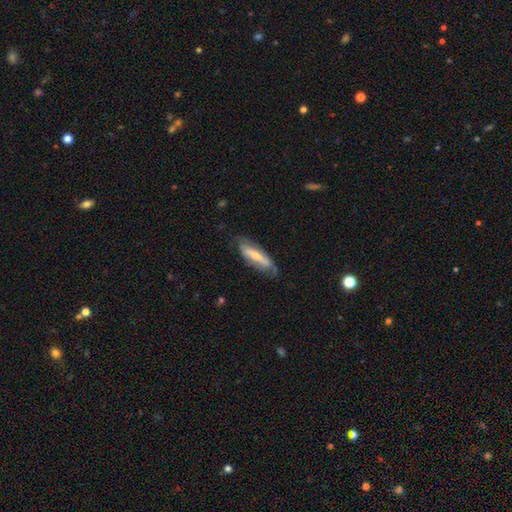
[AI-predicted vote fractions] A smooth galaxy with no disk features (48%). Merging: none (65%).